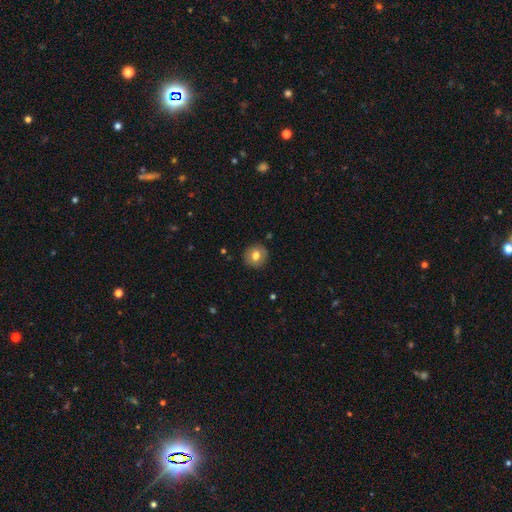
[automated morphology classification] Smooth or featured? smooth (72%)
How rounded? round (91%)
Merging? none (89%)